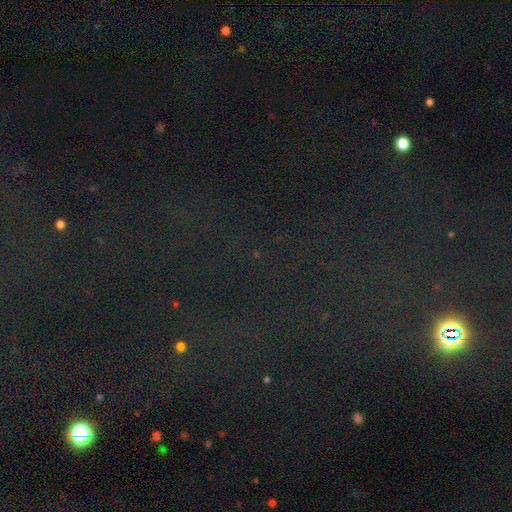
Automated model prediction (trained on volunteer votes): Smooth or featured: star or artifact — 77% (smooth — 14%)